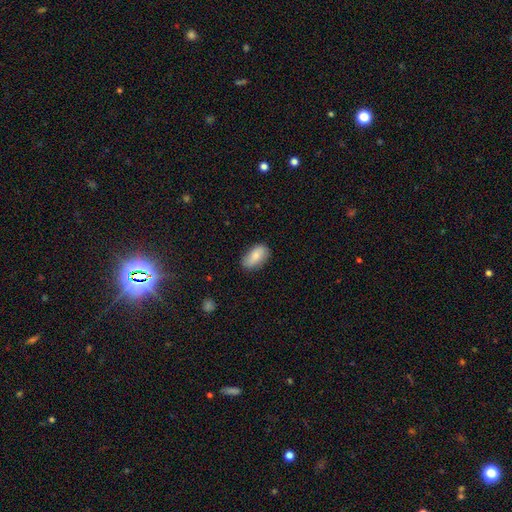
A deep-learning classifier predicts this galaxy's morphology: This is likely a smooth galaxy (78%). How rounded: clearly in between (92%). Merging: likely none (77%).